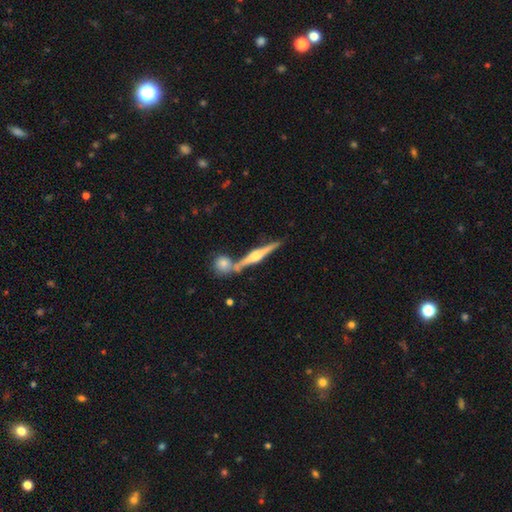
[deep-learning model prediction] Smooth or featured?
  - featured or disk: 82% *
  - smooth: 13%
  - star or artifact: 6%
Edge-on disk?
  - yes: 98% *
  - no: 2%
Edge-on bulge?
  - rounded: 92% *
  - boxy: 5%
  - none: 3%
Merging?
  - none: 74% *
  - merger: 16%
  - minor disturbance: 8%
  - major disturbance: 2%